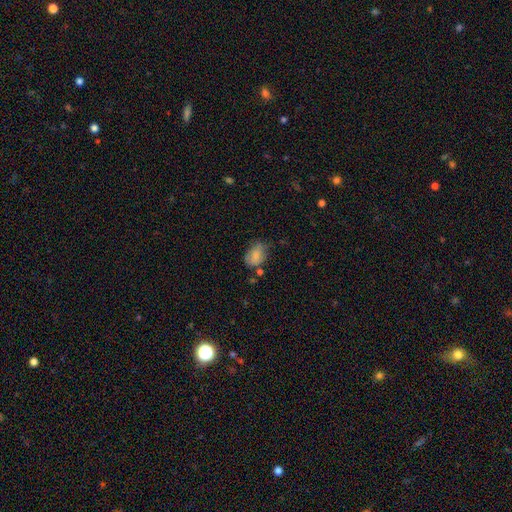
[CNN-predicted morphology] A smooth galaxy with no disk features (75%) that is in between round and cigar-shaped (81%). Merging: none (45%).